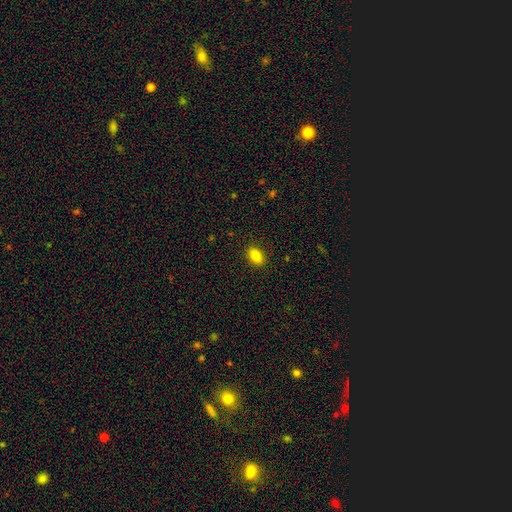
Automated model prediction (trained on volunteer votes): This appears to be a smooth galaxy with no disk features (85%) that is in between round and cigar-shaped (82%). Merging: none (89%).